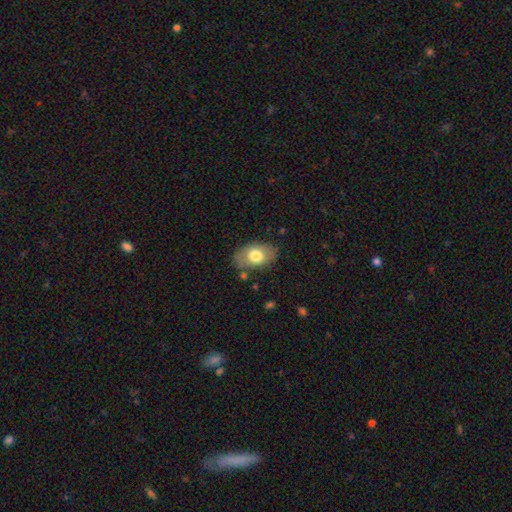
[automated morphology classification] type=smooth (69%); roundness=in between (88%); merging=none (76%).